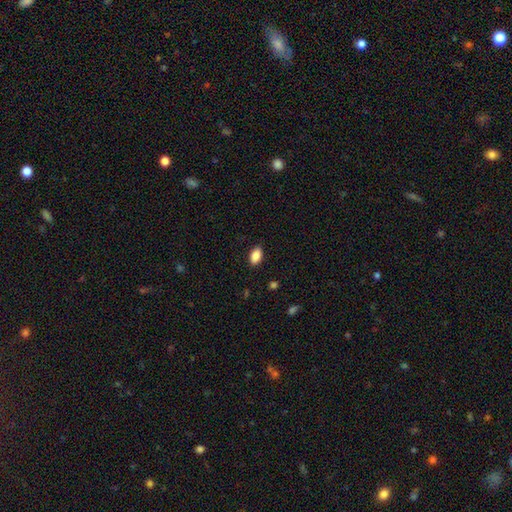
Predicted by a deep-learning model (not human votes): This appears to be a smooth galaxy with no disk features (88%) that is in between round and cigar-shaped (92%). Merging: none (87%).